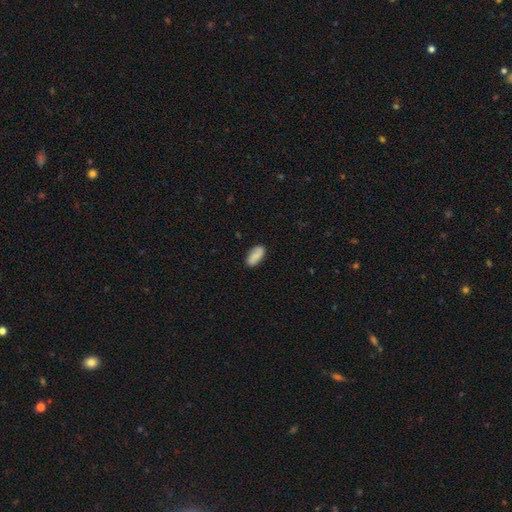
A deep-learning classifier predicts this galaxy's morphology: A smooth galaxy with no disk features (77%) that is in between round and cigar-shaped (91%).

Vote fractions:
- Smooth or featured? smooth: 77% / featured or disk: 16% / star or artifact: 7%
- How rounded? in between: 91% / cigar-shaped: 5% / round: 3%
- Merging? none: 83% / minor disturbance: 13% / major disturbance: 3% / merger: 2%